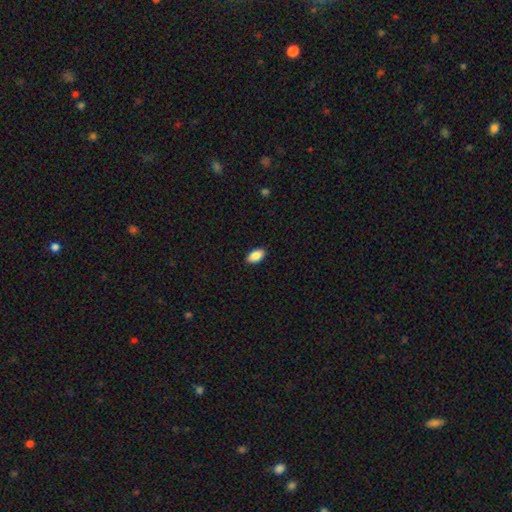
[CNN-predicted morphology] A smooth galaxy with no disk features (88%) that is in between round and cigar-shaped (94%). Merging: none (90%).